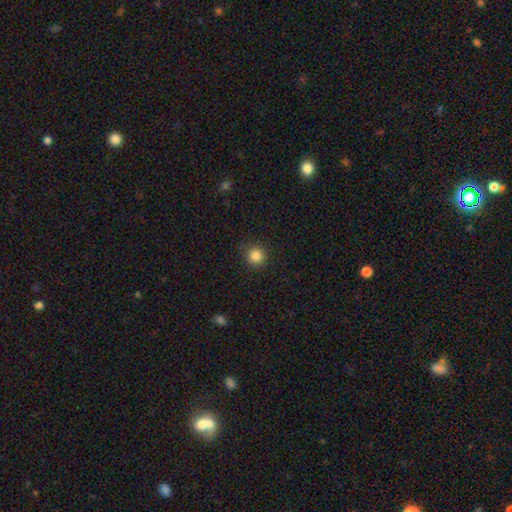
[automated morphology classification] A smooth galaxy with no disk features (85%) that is round (94%).

Vote fractions:
- Smooth or featured? smooth: 85% / star or artifact: 11% / featured or disk: 4%
- How rounded? round: 94% / in between: 6% / cigar-shaped: 1%
- Merging? none: 89% / minor disturbance: 8% / major disturbance: 2% / merger: 1%